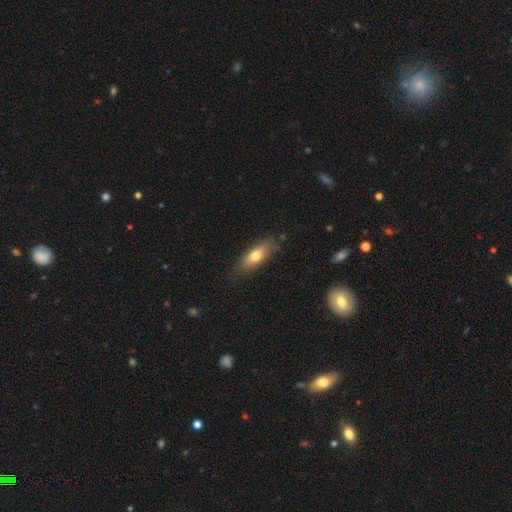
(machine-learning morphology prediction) Smooth or featured? smooth (70%)
How rounded? in between (66%)
Merging? none (79%)